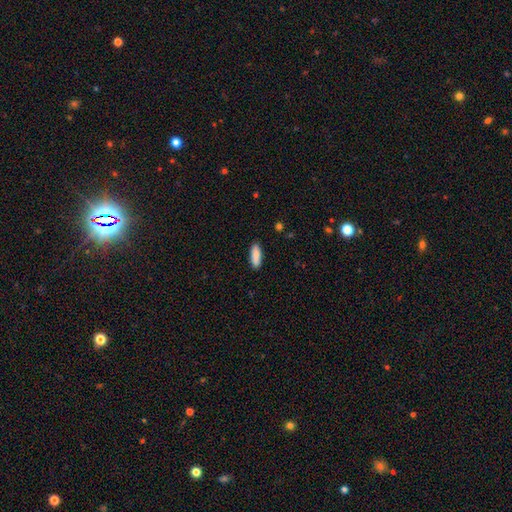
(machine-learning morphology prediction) Overall: smooth (88%). How rounded: in between (54%; cigar-shaped 44%). Merging: none (89%).